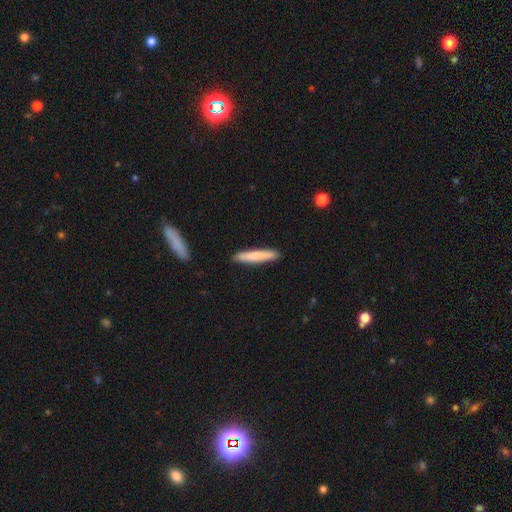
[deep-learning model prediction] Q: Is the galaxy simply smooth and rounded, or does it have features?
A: smooth — 77%.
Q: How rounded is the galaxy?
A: cigar-shaped — 92%.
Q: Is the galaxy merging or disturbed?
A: none — 89%.